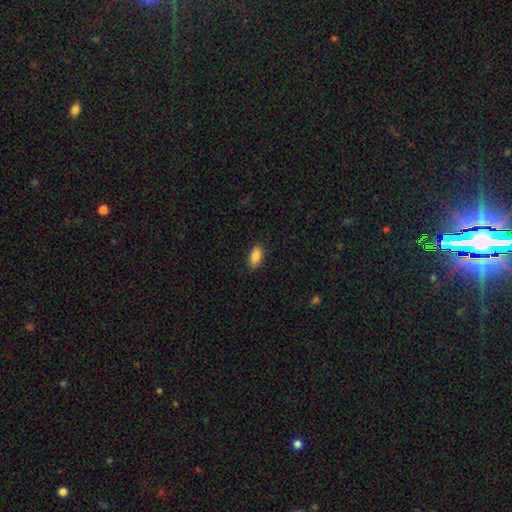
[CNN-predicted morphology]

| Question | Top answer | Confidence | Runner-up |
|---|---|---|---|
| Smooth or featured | smooth | 88% | star or artifact (7%) |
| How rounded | in between | 91% | cigar-shaped (5%) |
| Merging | none | 87% | minor disturbance (10%) |